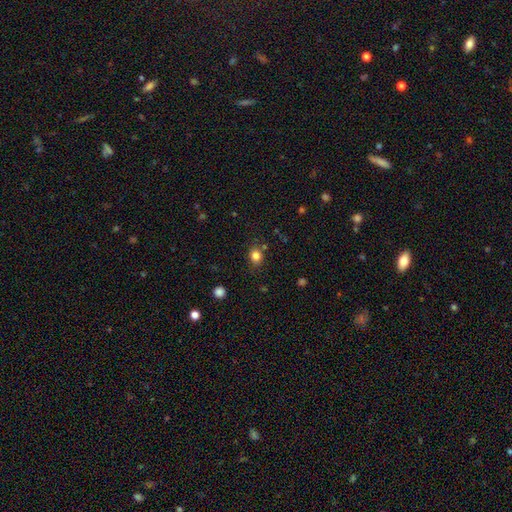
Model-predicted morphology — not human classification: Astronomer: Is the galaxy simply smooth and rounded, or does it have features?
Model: smooth — 82%.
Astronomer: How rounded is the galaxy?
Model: round — 61% (runner-up: in between, 38%).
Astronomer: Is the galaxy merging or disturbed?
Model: none — 79%.